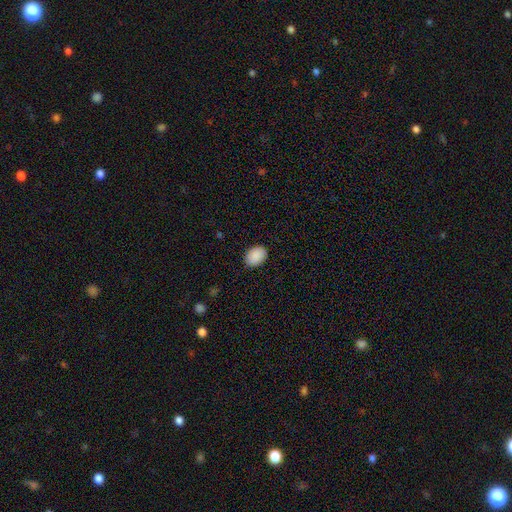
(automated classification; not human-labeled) The model was most divided on "how rounded": in between: 76%, round: 23%, cigar-shaped: 1%. More confident: smooth or featured — smooth (90%); merging — none (88%).